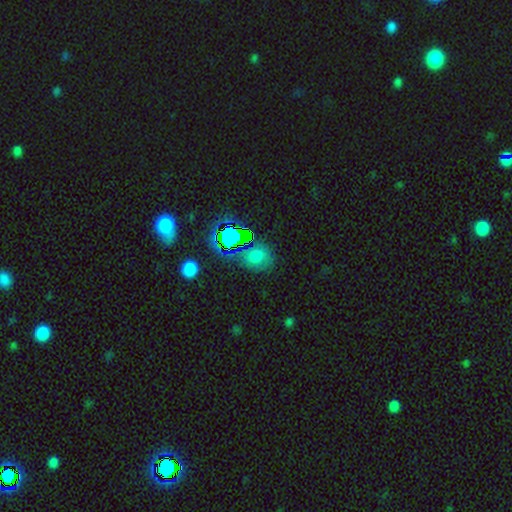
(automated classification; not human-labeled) This is possibly a smooth galaxy (56%). How rounded: possibly round (58%). Merging: likely none (66%).